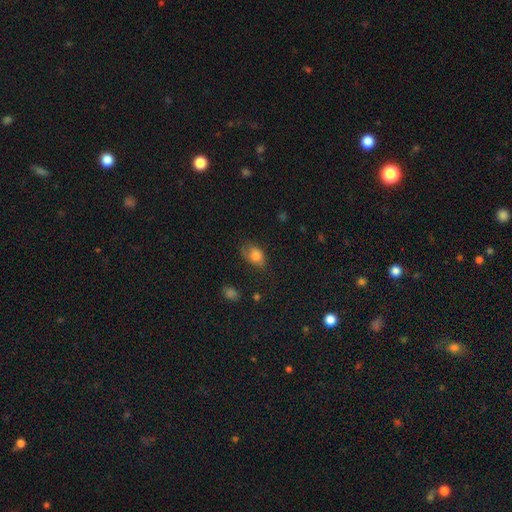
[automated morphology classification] Overall: smooth (77%). How rounded: in between (83%). Merging: none (57%; minor disturbance 30%).